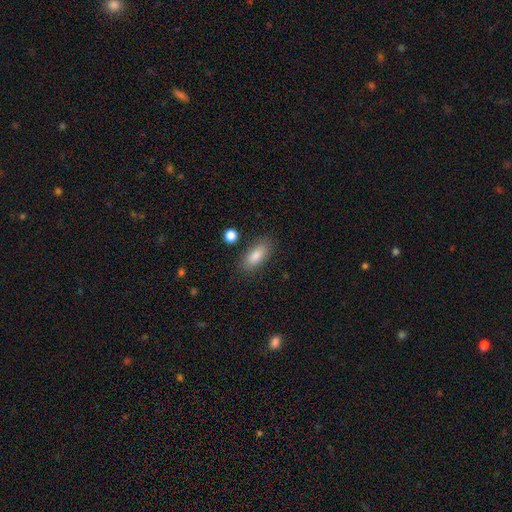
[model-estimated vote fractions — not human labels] Smooth or featured?
  - smooth: 83% *
  - featured or disk: 9%
  - star or artifact: 7%
How rounded?
  - in between: 81% *
  - cigar-shaped: 16%
  - round: 3%
Merging?
  - none: 84% *
  - minor disturbance: 10%
  - major disturbance: 3%
  - merger: 2%